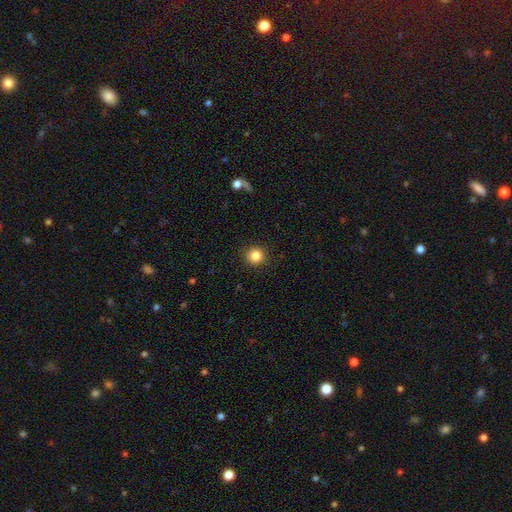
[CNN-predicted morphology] smooth_or_featured: smooth (p=0.85) [alt: star or artifact p=0.11]
how_rounded: round (p=0.93) [alt: in between p=0.06]
merging: none (p=0.92) [alt: minor disturbance p=0.05]